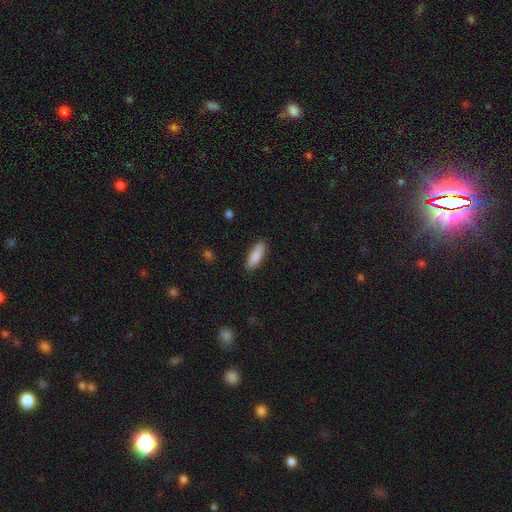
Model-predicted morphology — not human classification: type=smooth (88%); roundness=in between (63%); merging=none (88%).